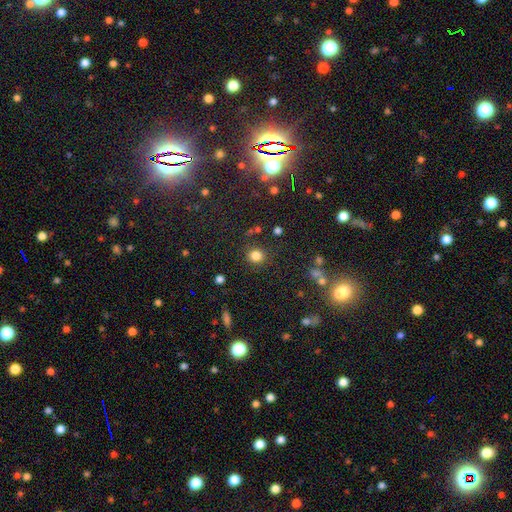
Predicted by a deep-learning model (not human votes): smooth_or_featured: smooth (p=0.82) [alt: star or artifact p=0.13]
how_rounded: round (p=0.87) [alt: in between p=0.12]
merging: none (p=0.85) [alt: minor disturbance p=0.09]